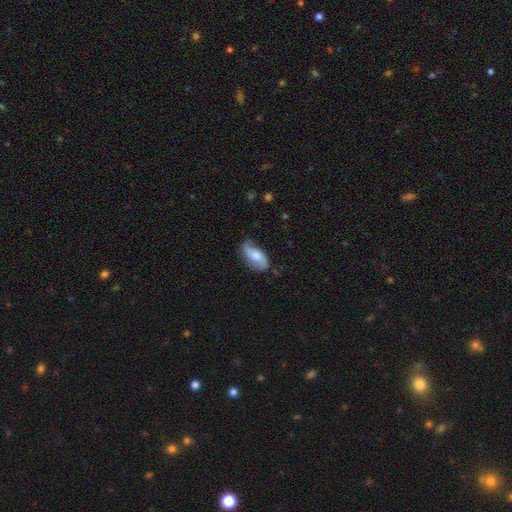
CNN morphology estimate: A featured or disk galaxy (51%). Merging: none (63%).